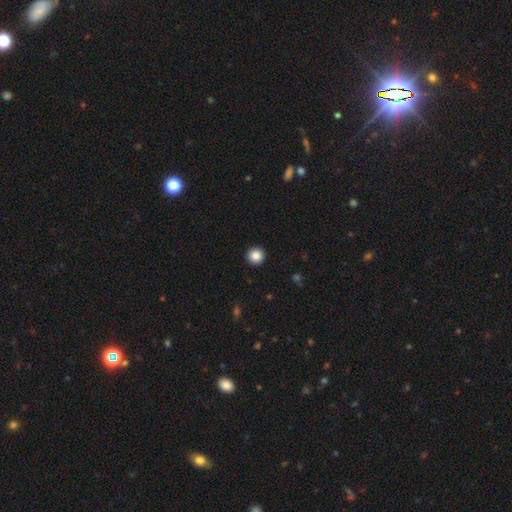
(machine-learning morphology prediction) This appears to be a smooth galaxy with no disk features (87%) that is round (96%). Merging: none (93%).